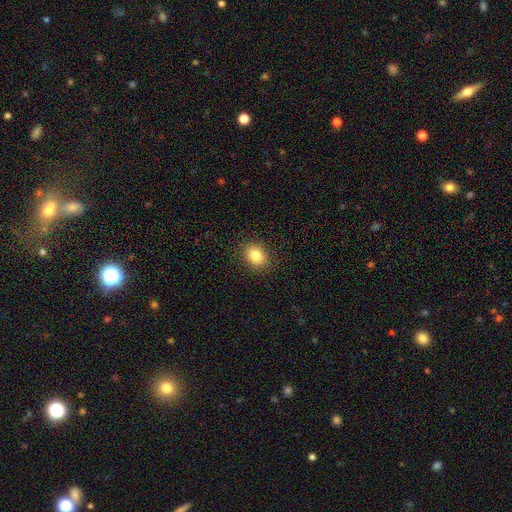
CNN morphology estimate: This is clearly a smooth galaxy (83%). How rounded: possibly in between (55%). Merging: clearly none (89%).